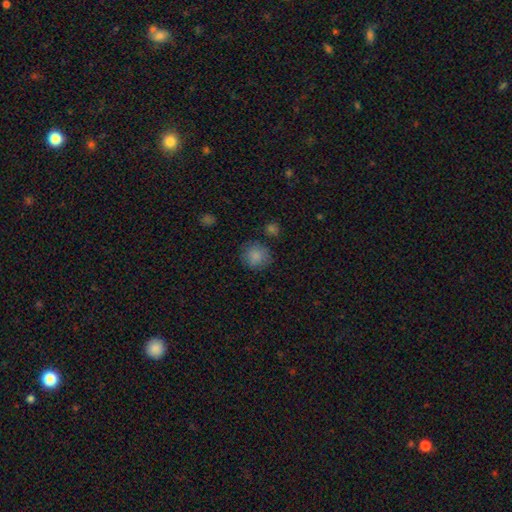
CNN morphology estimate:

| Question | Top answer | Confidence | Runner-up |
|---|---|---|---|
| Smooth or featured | smooth | 84% | star or artifact (10%) |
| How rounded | round | 88% | in between (12%) |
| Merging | none | 77% | minor disturbance (14%) |